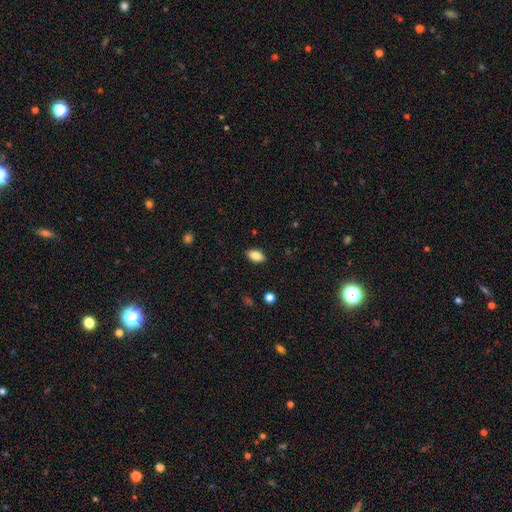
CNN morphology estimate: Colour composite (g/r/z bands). It shows a smooth galaxy with no disk features (84%) that is in between round and cigar-shaped (91%). Merging: none (89%).